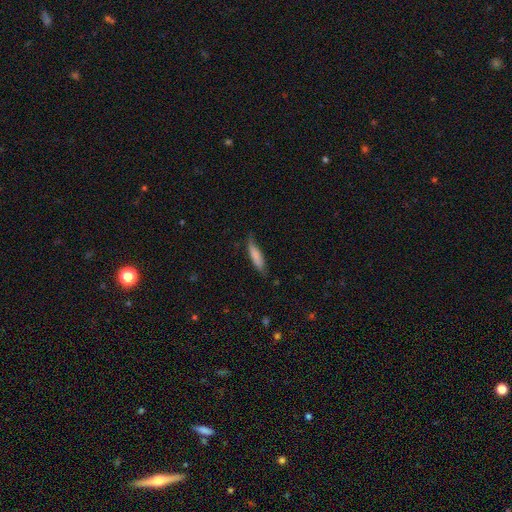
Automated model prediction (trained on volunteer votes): Morphology: type=smooth (78%); roundness=cigar-shaped (72%); merging=none (72%).